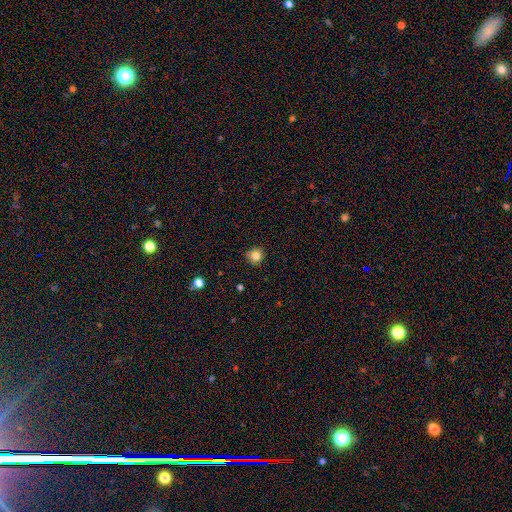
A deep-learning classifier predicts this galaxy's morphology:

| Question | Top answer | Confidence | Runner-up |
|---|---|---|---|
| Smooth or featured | smooth | 82% | star or artifact (12%) |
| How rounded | round | 94% | in between (5%) |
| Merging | none | 89% | minor disturbance (8%) |